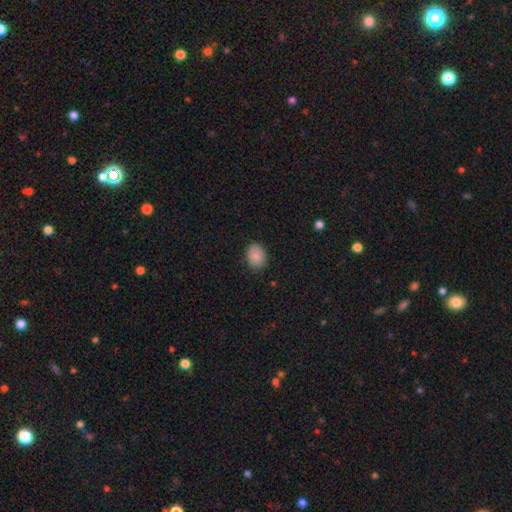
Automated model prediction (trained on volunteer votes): The model was most divided on "how rounded": in between: 69%, round: 30%, cigar-shaped: 1%. More confident: smooth or featured — smooth (88%); merging — none (85%).